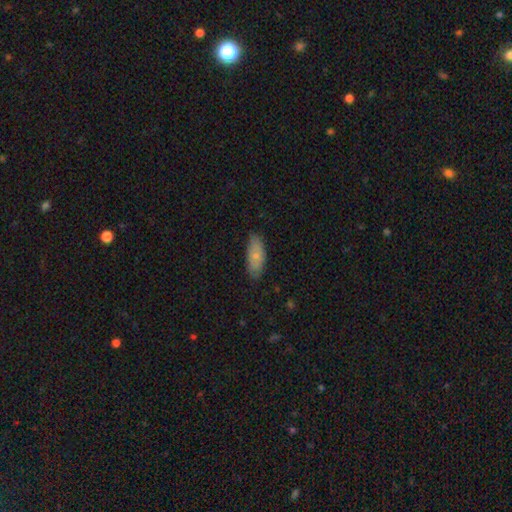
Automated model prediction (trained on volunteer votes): Overall: smooth (73%). How rounded: in between (82%). Merging: none (79%).